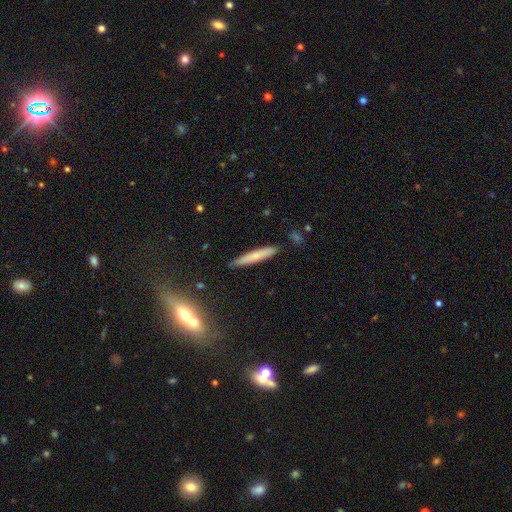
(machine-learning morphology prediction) Smooth or featured? Predicted: smooth (p=0.65). How rounded? Predicted: cigar-shaped (p=0.94). Merging? Predicted: none (p=0.86).